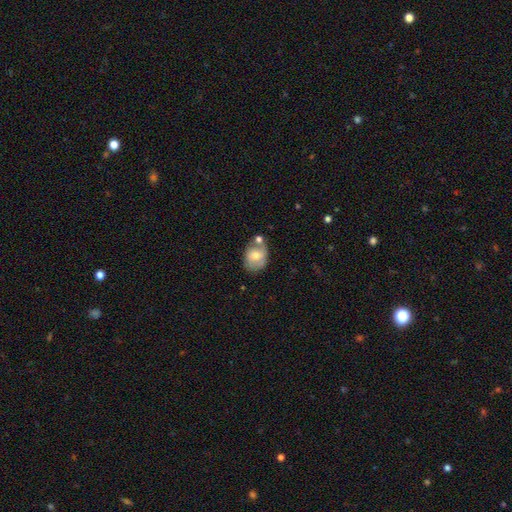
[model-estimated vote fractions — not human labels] Smooth or featured?
  - smooth: 55% *
  - featured or disk: 38%
  - star or artifact: 7%
How rounded?
  - in between: 68% *
  - round: 31%
  - cigar-shaped: 1%
Merging?
  - none: 44% *
  - merger: 24%
  - minor disturbance: 23%
  - major disturbance: 8%